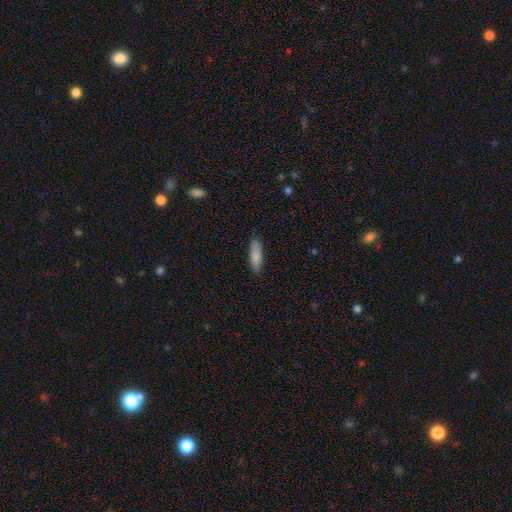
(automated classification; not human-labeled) Smooth or featured?
  - smooth: 85% *
  - featured or disk: 9%
  - star or artifact: 6%
How rounded?
  - cigar-shaped: 52% *
  - in between: 46%
  - round: 2%
Merging?
  - none: 85% *
  - minor disturbance: 12%
  - major disturbance: 2%
  - merger: 1%